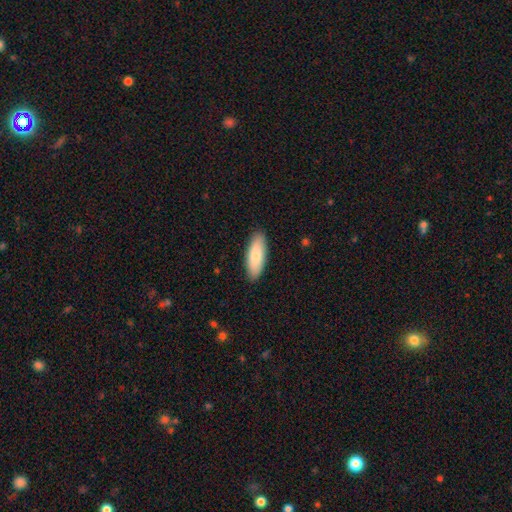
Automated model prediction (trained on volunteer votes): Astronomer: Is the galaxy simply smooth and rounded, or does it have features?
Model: smooth — 83%.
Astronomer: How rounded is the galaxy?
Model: in between — 65%.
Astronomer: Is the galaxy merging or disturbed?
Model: none — 89%.